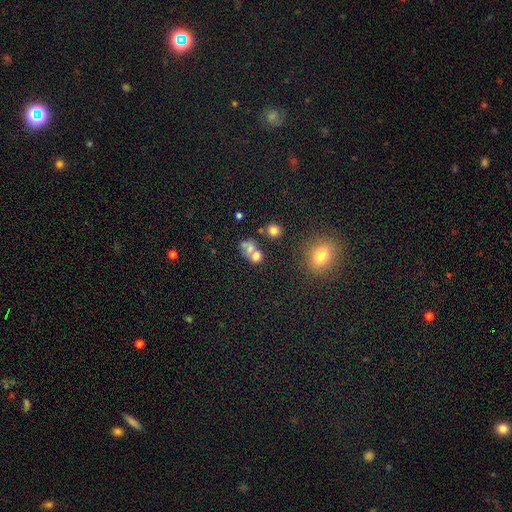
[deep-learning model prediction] Smooth or featured? smooth (65%)
How rounded? round (54%)
Merging? merger (52%)